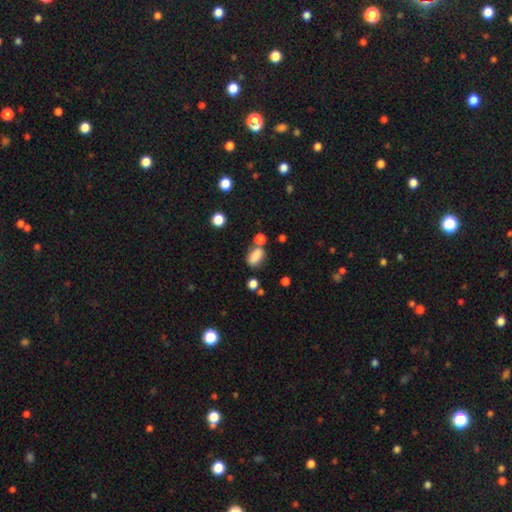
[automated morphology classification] This is clearly a smooth galaxy (83%). How rounded: clearly in between (84%). Merging: possibly none (58%).